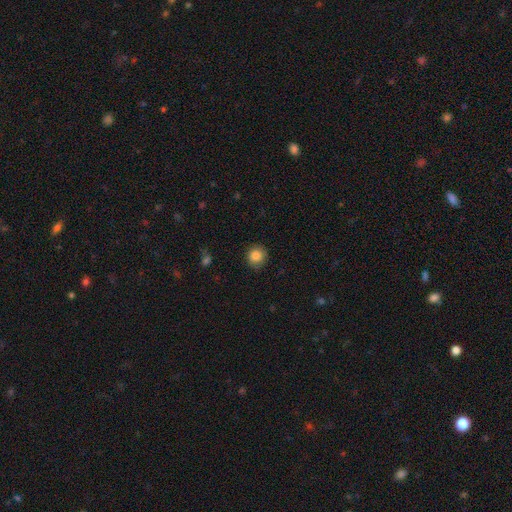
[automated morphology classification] Smooth or featured? smooth (85%)
How rounded? round (90%)
Merging? none (87%)